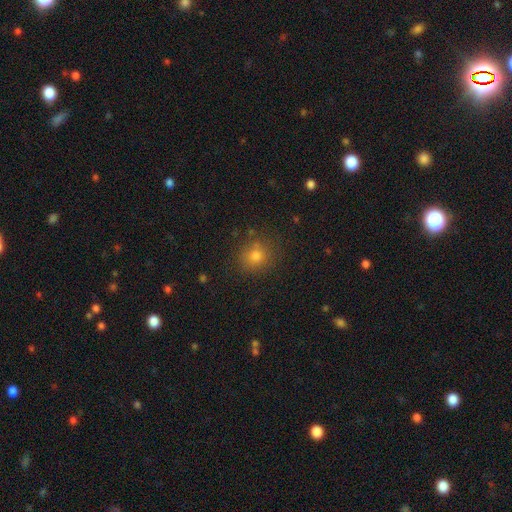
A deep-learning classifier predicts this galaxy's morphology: The model was most divided on "smooth or featured": smooth: 76%, star or artifact: 17%, featured or disk: 7%. More confident: how rounded — round (85%); merging — none (85%).